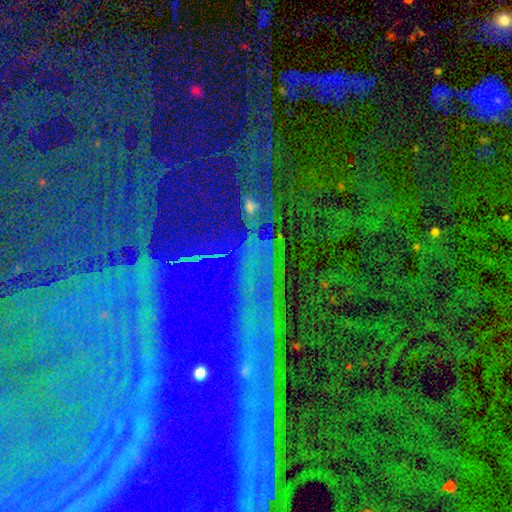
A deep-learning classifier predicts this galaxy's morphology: Q: Smooth or featured?
A: star or artifact (82%); runner-up: featured or disk (10%)